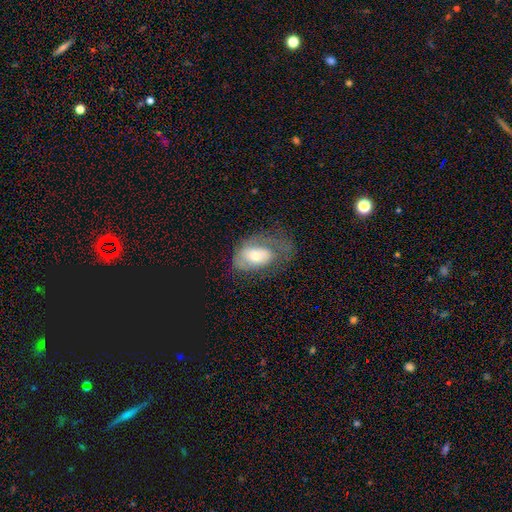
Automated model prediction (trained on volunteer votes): Q: Smooth or featured?
A: featured or disk (52%); runner-up: smooth (39%)
Q: Edge-on disk?
A: no (93%); runner-up: yes (7%)
Q: Merging?
A: none (37%); tied with: major disturbance (37%)